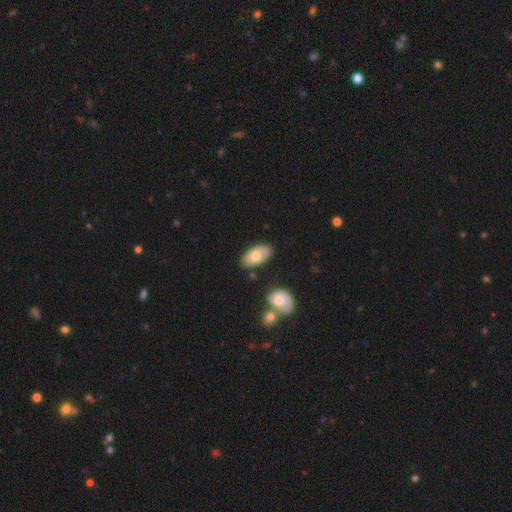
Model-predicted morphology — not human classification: smooth 69%, featured or disk 25%, star or artifact 6%. Down the decision tree: how rounded — in between (95%); merging — none (77%).